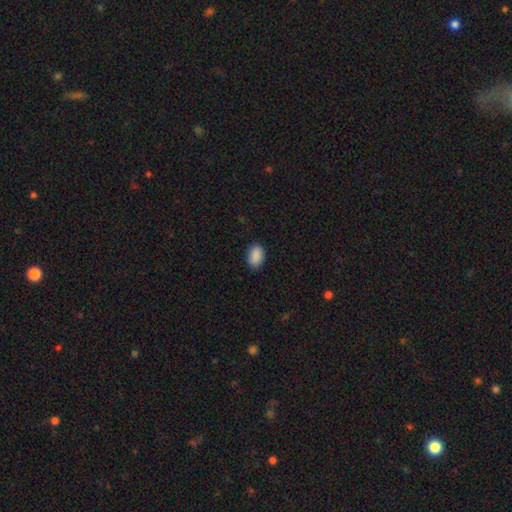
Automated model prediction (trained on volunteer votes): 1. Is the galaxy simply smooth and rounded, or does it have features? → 90% smooth, 7% star or artifact, 2% featured or disk.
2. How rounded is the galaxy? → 84% in between, 14% round, 1% cigar-shaped.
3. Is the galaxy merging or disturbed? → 87% none, 10% minor disturbance, 2% major disturbance, 1% merger.